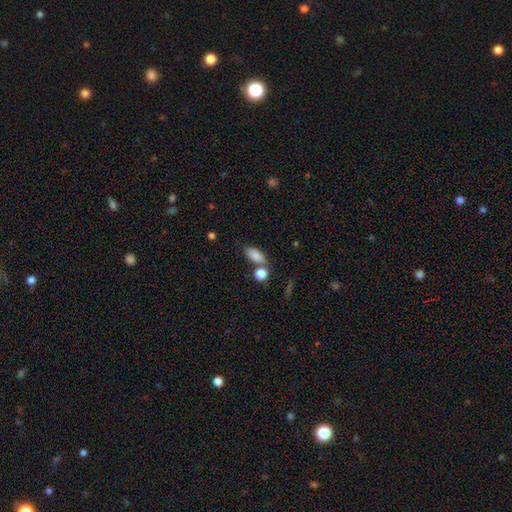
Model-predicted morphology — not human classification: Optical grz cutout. It shows a smooth galaxy with no disk features (85%) that is in between round and cigar-shaped (86%). Merging: none (62%).